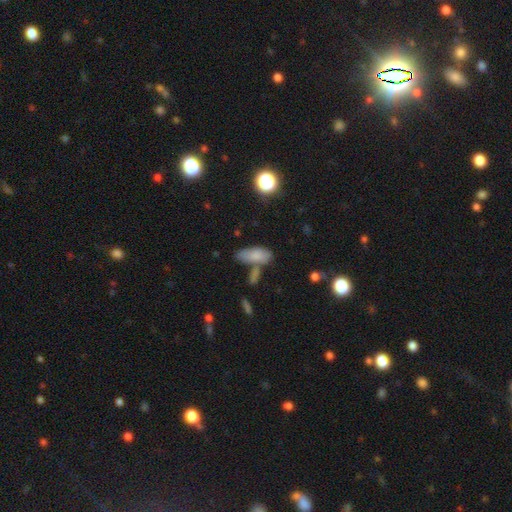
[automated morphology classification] Overall: smooth (80%). How rounded: in between (82%). Merging: none (50%; merger 23%).